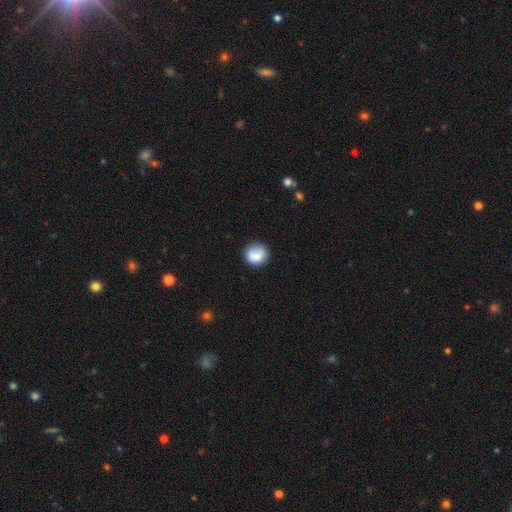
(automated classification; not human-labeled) Smooth or featured: smooth — 80% (featured or disk — 12%)
How rounded: round — 88% (in between — 11%)
Merging: none — 77% (minor disturbance — 15%)